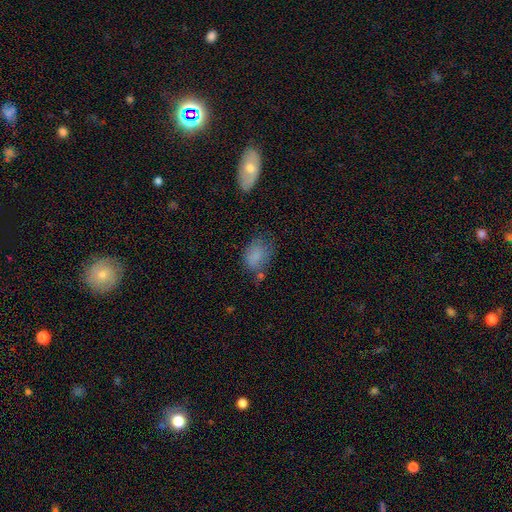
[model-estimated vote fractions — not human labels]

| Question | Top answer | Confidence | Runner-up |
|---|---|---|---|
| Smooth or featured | smooth | 79% | featured or disk (11%) |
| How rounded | in between | 74% | round (24%) |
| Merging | none | 48% | minor disturbance (30%) |